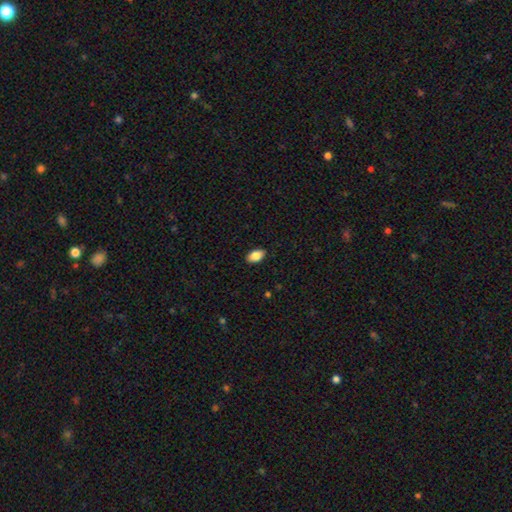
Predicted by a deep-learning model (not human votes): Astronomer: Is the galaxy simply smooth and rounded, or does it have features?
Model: smooth — 85%.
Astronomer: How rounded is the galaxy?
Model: in between — 93%.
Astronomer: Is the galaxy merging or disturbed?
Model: none — 89%.